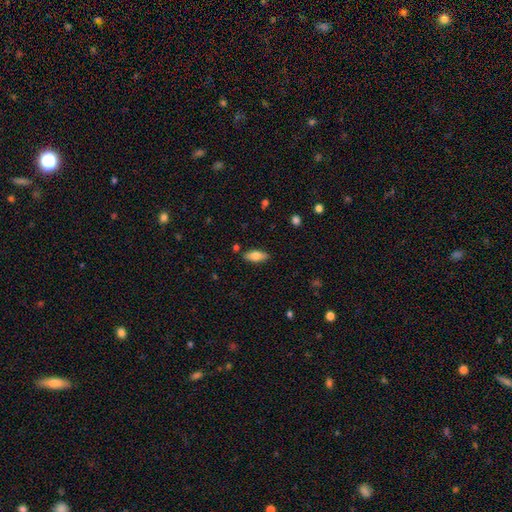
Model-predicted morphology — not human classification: Smooth or featured? smooth (75%)
How rounded? in between (80%)
Merging? none (86%)